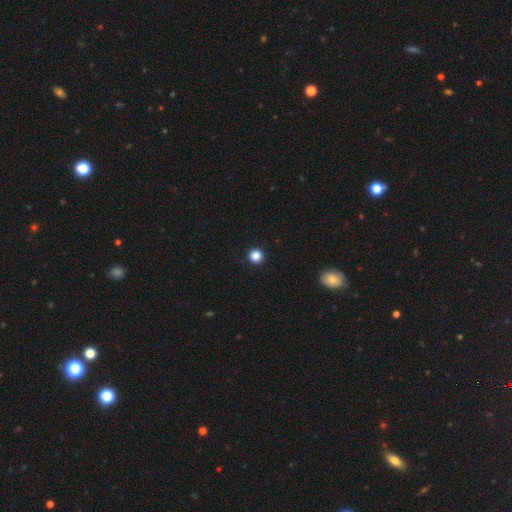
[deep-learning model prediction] This appears to be a smooth galaxy with no disk features (86%) that is round (95%). Merging: none (94%).